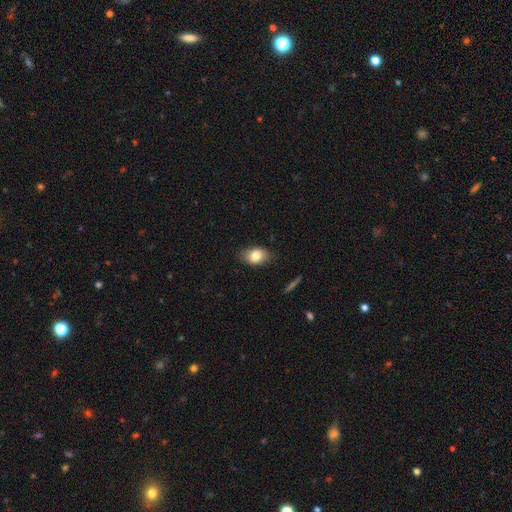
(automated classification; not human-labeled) Smooth or featured: smooth — 81% (featured or disk — 11%)
How rounded: in between — 81% (round — 18%)
Merging: none — 80% (minor disturbance — 16%)